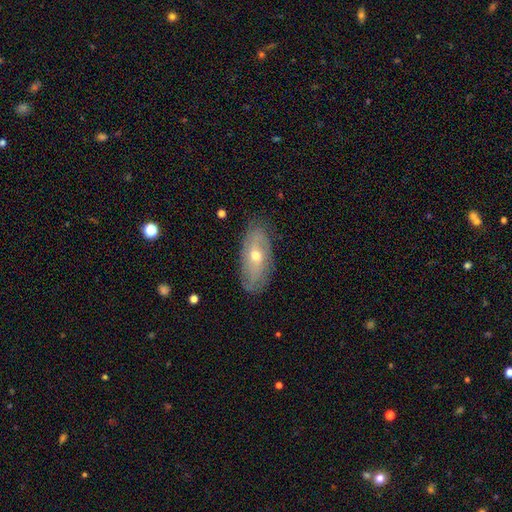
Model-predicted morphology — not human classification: A featured or disk galaxy (62%) with no bar (67%), spiral arms (63%) and a moderate central bulge (59%).

Vote fractions:
- Smooth or featured? featured or disk: 62% / smooth: 29% / star or artifact: 9%
- Edge-on disk? no: 82% / yes: 18%
- Bar? no: 67% / weak: 24% / strong: 9%
- Spiral arms? yes: 63% / no: 37%
- Bulge size? moderate: 59% / small: 38% / large: 2% / none: 1% / dominant: 1%
- Merging? none: 83% / minor disturbance: 13% / major disturbance: 3% / merger: 1%